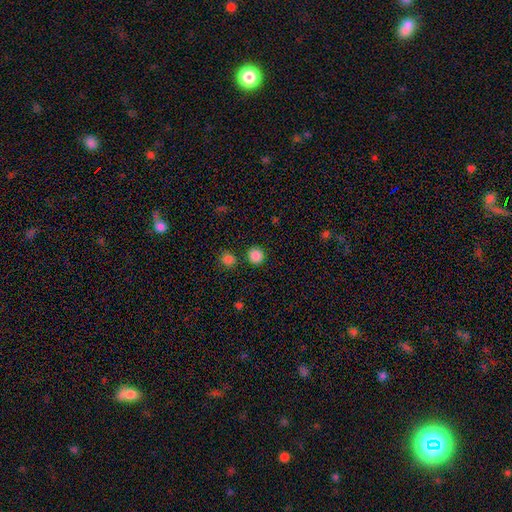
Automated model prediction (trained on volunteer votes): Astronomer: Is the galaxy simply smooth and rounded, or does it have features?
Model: smooth — 86%.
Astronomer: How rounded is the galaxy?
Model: round — 94%.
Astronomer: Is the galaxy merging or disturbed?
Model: none — 87%.